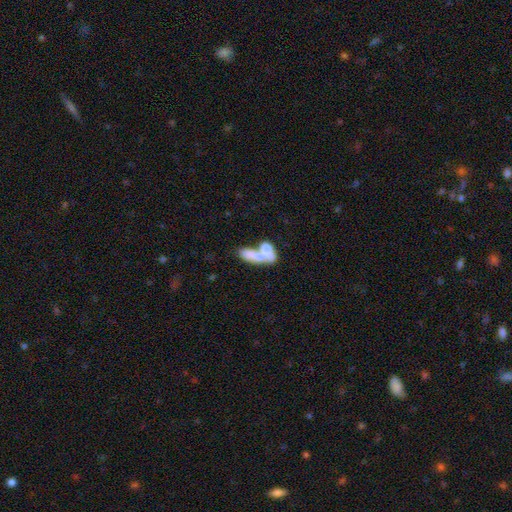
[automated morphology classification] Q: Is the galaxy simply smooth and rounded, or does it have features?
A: smooth — 61%.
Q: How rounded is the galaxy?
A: in between — 72%.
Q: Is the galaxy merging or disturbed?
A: merger — 68%.